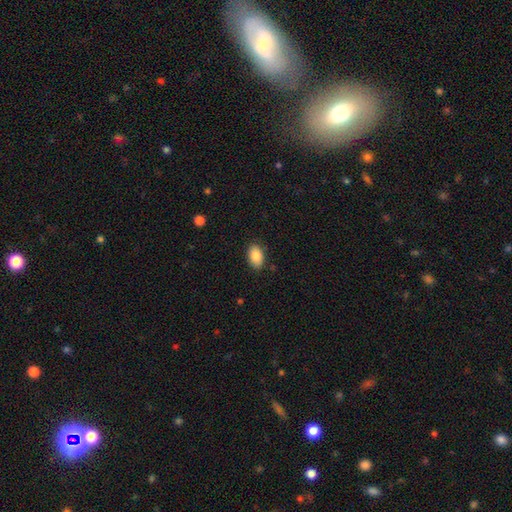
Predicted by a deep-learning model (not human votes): Morphology: type=smooth (86%); roundness=in between (90%); merging=none (86%).